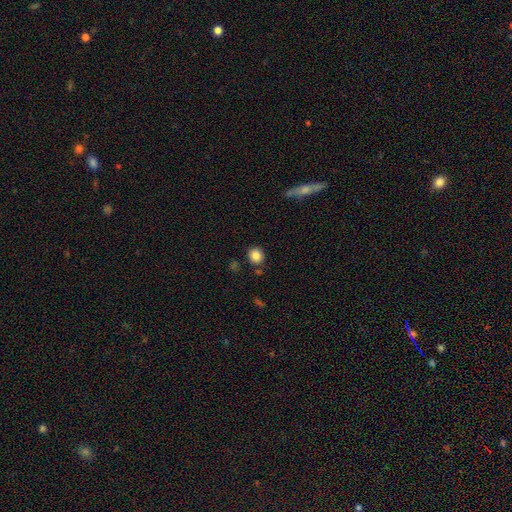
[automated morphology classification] A smooth galaxy with no disk features (85%) that is round (85%).

Vote fractions:
- Smooth or featured? smooth: 85% / star or artifact: 10% / featured or disk: 5%
- How rounded? round: 85% / in between: 14% / cigar-shaped: 1%
- Merging? none: 86% / minor disturbance: 8% / merger: 4% / major disturbance: 2%